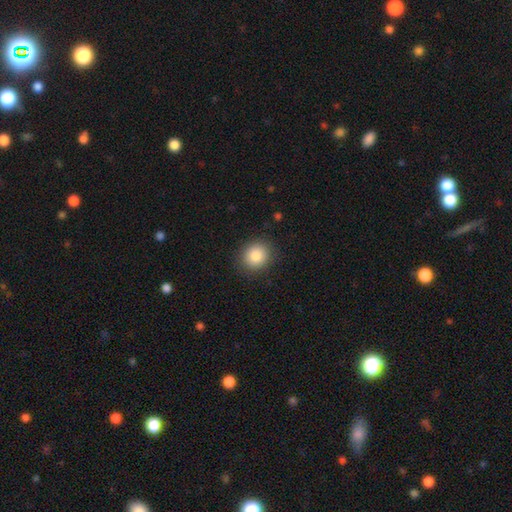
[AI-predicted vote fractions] smooth-or-featured: smooth: 86% | star or artifact: 9% | featured or disk: 5%
  how-rounded: round: 81% | in between: 19% | cigar-shaped: 1%
  merging: none: 88% | minor disturbance: 8% | major disturbance: 3% | merger: 1%